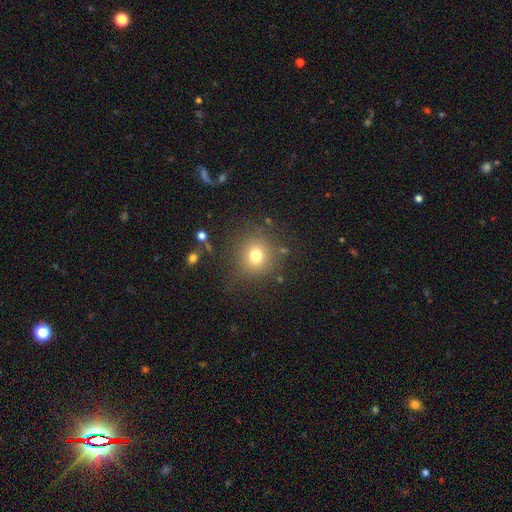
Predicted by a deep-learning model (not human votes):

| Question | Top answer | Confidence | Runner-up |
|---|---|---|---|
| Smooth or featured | smooth | 73% | star or artifact (16%) |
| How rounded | round | 90% | in between (9%) |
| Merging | none | 81% | minor disturbance (11%) |